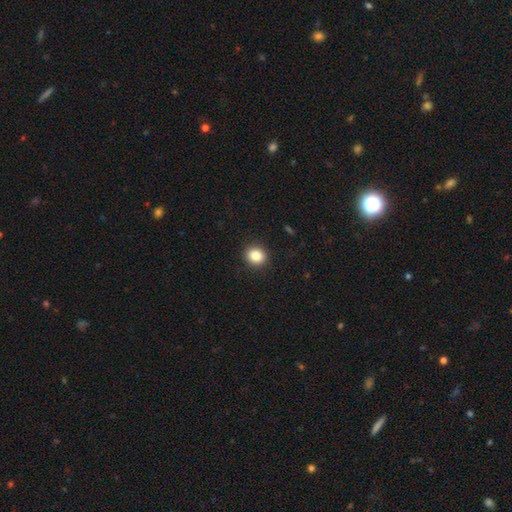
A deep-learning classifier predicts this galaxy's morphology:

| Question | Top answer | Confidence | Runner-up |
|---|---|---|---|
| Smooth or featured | smooth | 85% | star or artifact (10%) |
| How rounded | round | 77% | in between (22%) |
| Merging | none | 91% | minor disturbance (6%) |